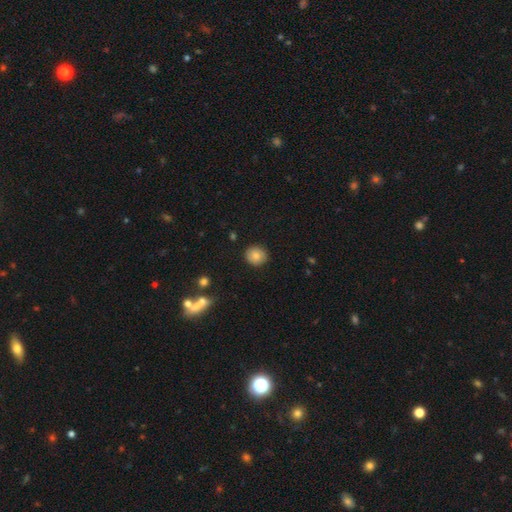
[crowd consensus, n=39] Overall: smooth (69%). How rounded: round (74%). Merging: none (91%).